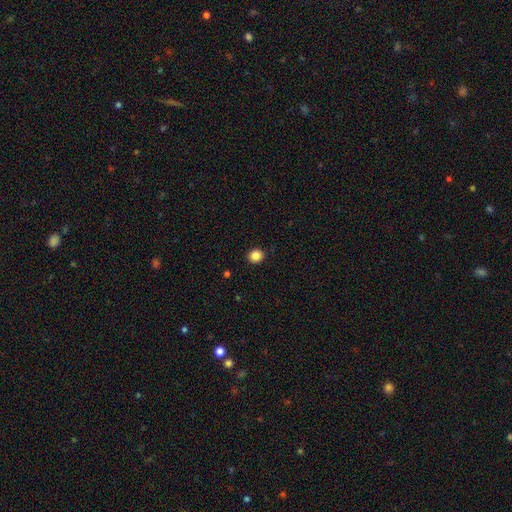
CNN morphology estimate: Smooth or featured? Predicted: smooth (p=0.86). How rounded? Predicted: round (p=0.81). Merging? Predicted: none (p=0.92).